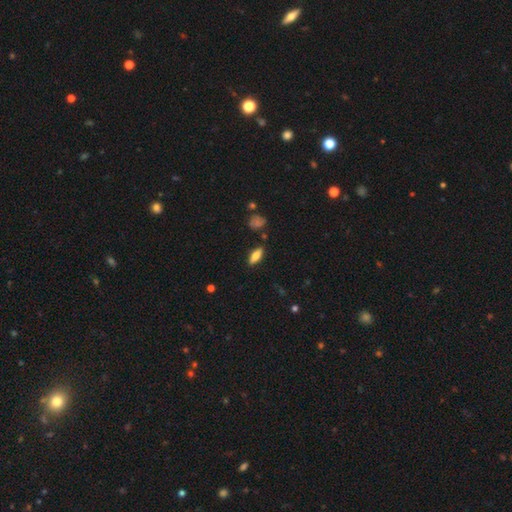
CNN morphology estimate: Smooth or featured?
  - smooth: 66% *
  - featured or disk: 26%
  - star or artifact: 8%
How rounded?
  - in between: 66% *
  - cigar-shaped: 31%
  - round: 3%
Merging?
  - none: 85% *
  - minor disturbance: 10%
  - major disturbance: 3%
  - merger: 2%